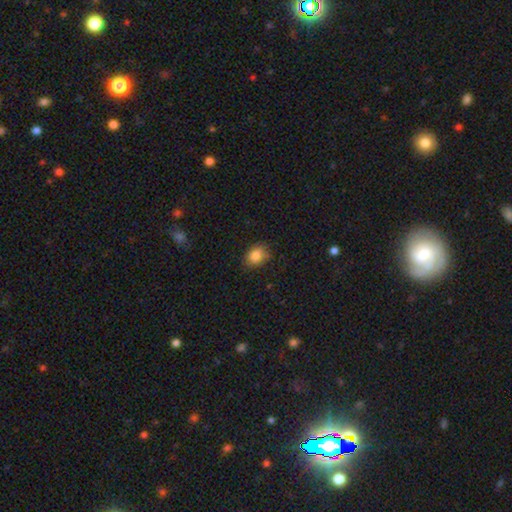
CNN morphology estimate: The model was most divided on "how rounded": in between: 60%, round: 39%, cigar-shaped: 1%. More confident: smooth or featured — smooth (84%); merging — none (80%).